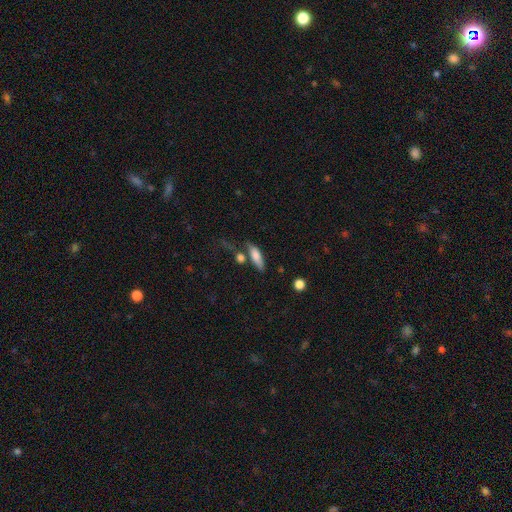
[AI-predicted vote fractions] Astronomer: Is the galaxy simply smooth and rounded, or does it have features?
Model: smooth — 75%.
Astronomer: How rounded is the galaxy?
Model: in between — 53% (runner-up: cigar-shaped, 43%).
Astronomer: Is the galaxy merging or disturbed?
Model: none — 53%.